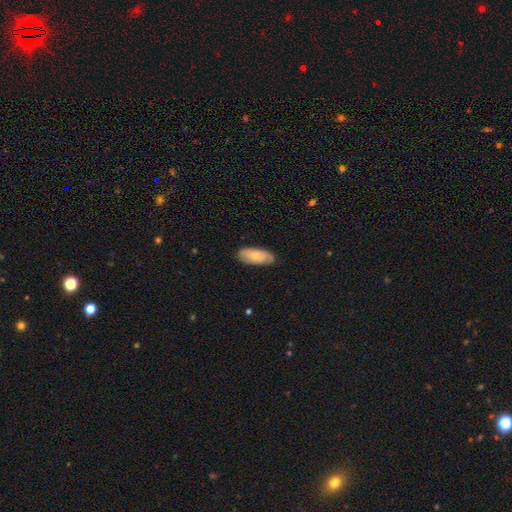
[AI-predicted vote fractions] Smooth or featured? smooth (59%)
How rounded? in between (87%)
Merging? none (77%)